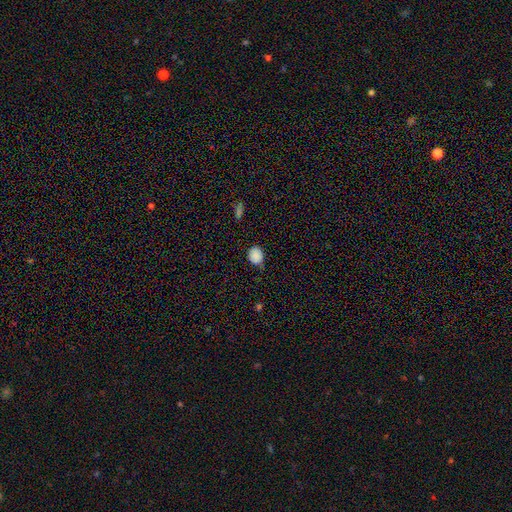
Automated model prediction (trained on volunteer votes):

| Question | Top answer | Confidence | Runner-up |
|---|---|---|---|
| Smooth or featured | smooth | 87% | star or artifact (10%) |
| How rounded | round | 60% | in between (39%) |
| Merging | none | 68% | minor disturbance (25%) |